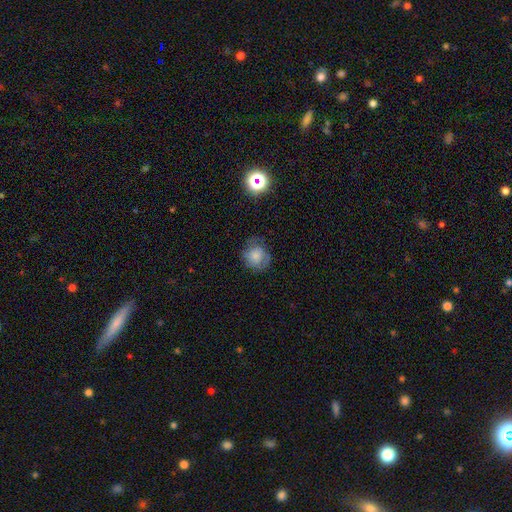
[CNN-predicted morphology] Smooth or featured: smooth — 62% (featured or disk — 27%)
How rounded: round — 80% (in between — 19%)
Merging: none — 63% (minor disturbance — 24%)